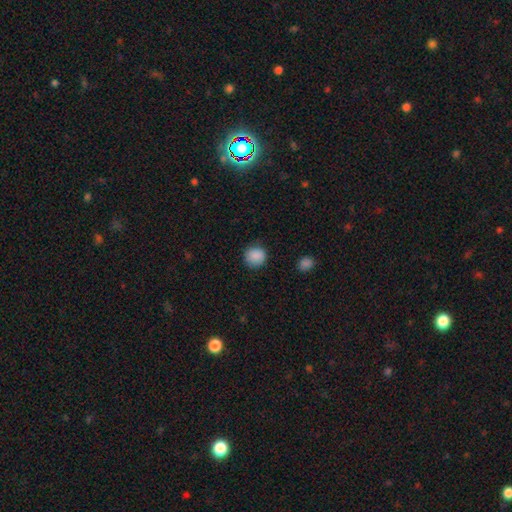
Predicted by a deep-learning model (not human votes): Morphology: type=smooth (88%); roundness=round (89%); merging=none (85%).